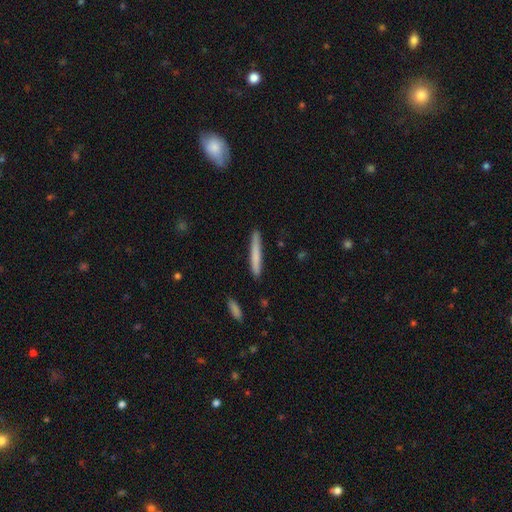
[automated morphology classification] Smooth or featured?
  - smooth: 72% *
  - featured or disk: 23%
  - star or artifact: 6%
How rounded?
  - cigar-shaped: 96% *
  - in between: 3%
  - round: 1%
Merging?
  - none: 89% *
  - minor disturbance: 8%
  - merger: 1%
  - major disturbance: 1%